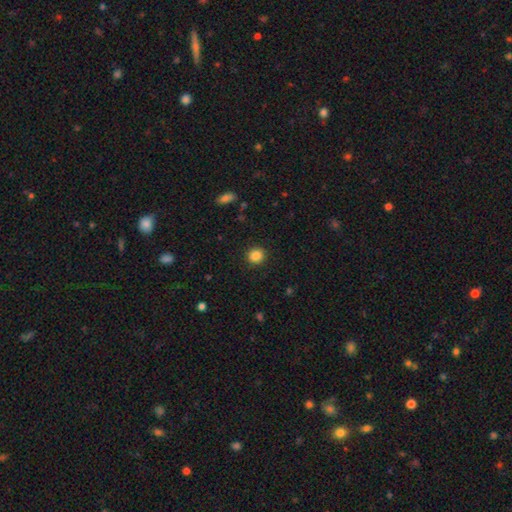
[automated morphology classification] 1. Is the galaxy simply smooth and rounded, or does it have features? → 86% smooth, 10% star or artifact, 4% featured or disk.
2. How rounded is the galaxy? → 89% round, 10% in between, 1% cigar-shaped.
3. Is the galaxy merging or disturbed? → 91% none, 6% minor disturbance, 2% major disturbance, 1% merger.